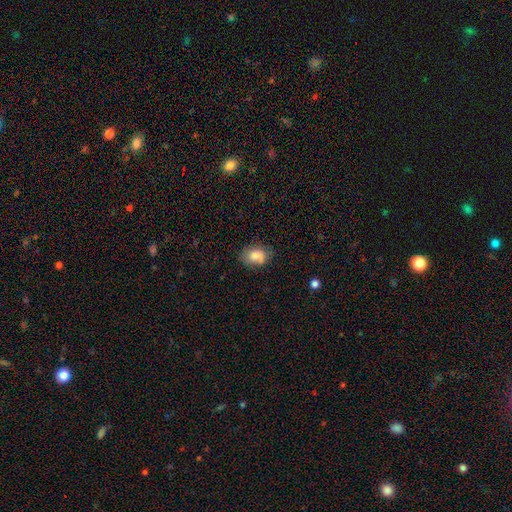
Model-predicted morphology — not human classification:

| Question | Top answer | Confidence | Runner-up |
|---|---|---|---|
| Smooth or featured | smooth | 73% | featured or disk (18%) |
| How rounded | in between | 67% | round (32%) |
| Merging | none | 61% | minor disturbance (27%) |